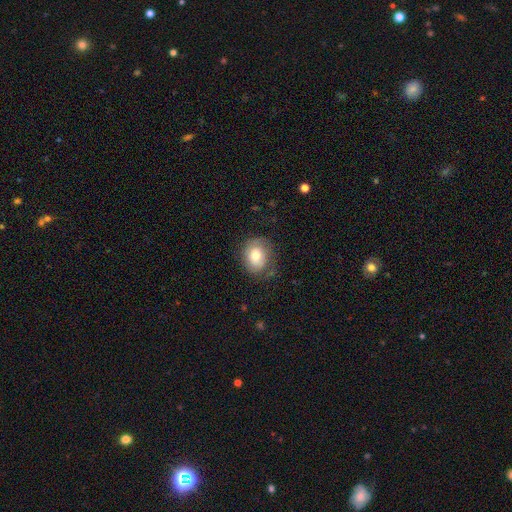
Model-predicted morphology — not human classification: Smooth or featured?
  - smooth: 72% *
  - featured or disk: 20%
  - star or artifact: 8%
How rounded?
  - in between: 51% *
  - round: 48%
  - cigar-shaped: 1%
Merging?
  - none: 69% *
  - minor disturbance: 22%
  - major disturbance: 8%
  - merger: 2%